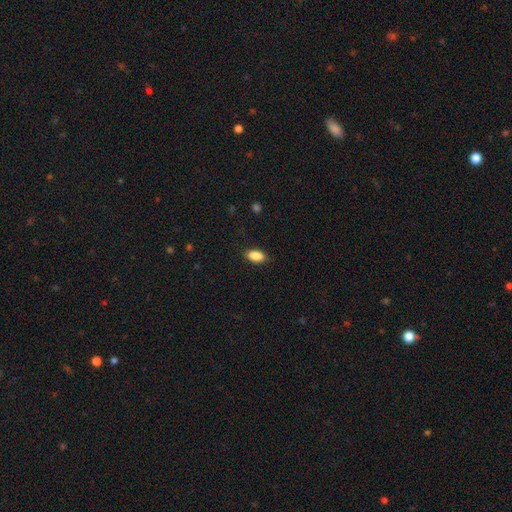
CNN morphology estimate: smooth-or-featured: smooth: 88% | star or artifact: 7% | featured or disk: 5%
  how-rounded: in between: 90% | cigar-shaped: 6% | round: 4%
  merging: none: 87% | minor disturbance: 10% | major disturbance: 2% | merger: 1%